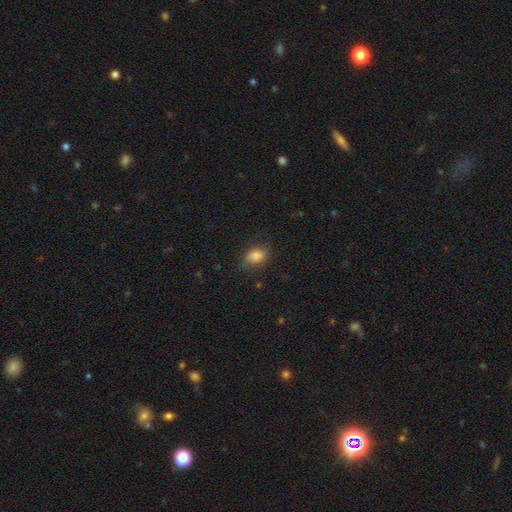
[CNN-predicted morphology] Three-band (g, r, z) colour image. It shows a smooth galaxy with no disk features (80%) that is in between round and cigar-shaped (80%). Merging: none (67%).